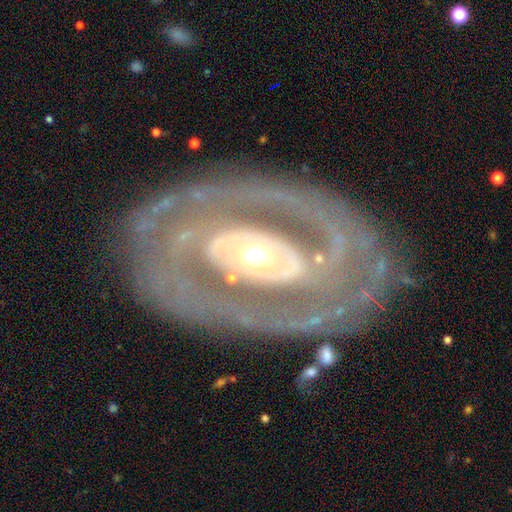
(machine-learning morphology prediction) The model was most divided on "spiral winding": tight: 62%, medium: 27%, loose: 11%. More confident: edge-on disk — no (95%); smooth or featured — featured or disk (86%); merging — none (79%); spiral arms — yes (74%); bulge size — moderate (66%); bar — no (61%); spiral arm count — 2 (57%).